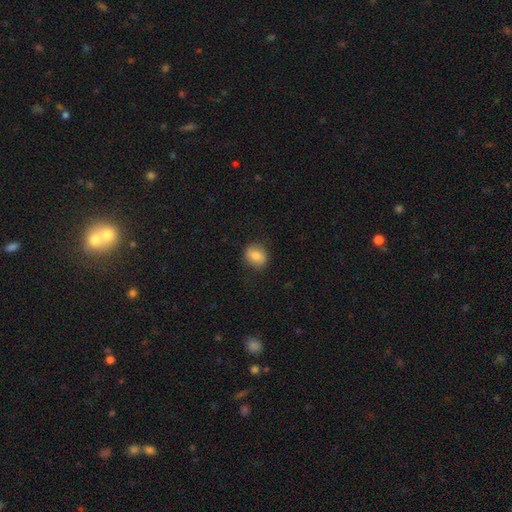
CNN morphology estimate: A smooth galaxy with no disk features (80%) that is round (58%). Merging: none (84%).